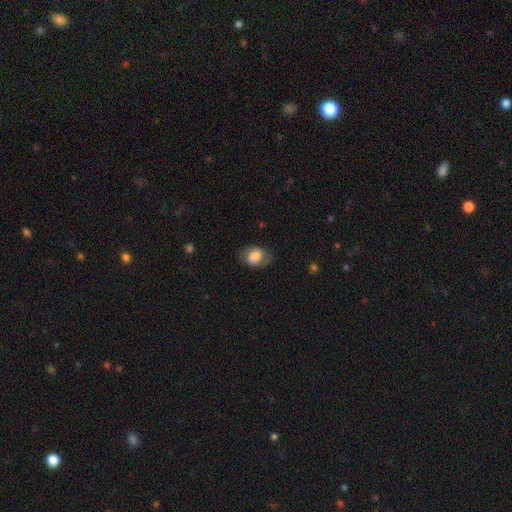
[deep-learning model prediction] This appears to be a smooth galaxy with no disk features (59%) that is in between round and cigar-shaped (74%). Merging: none (71%).